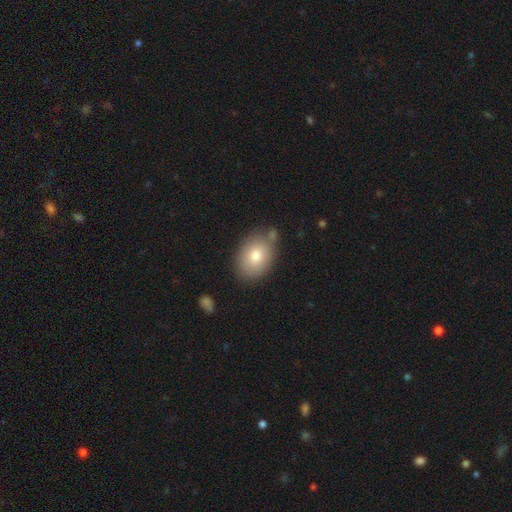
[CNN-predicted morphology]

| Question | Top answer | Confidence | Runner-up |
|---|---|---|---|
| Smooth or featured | smooth | 79% | featured or disk (13%) |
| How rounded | in between | 77% | round (22%) |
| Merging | none | 76% | minor disturbance (15%) |